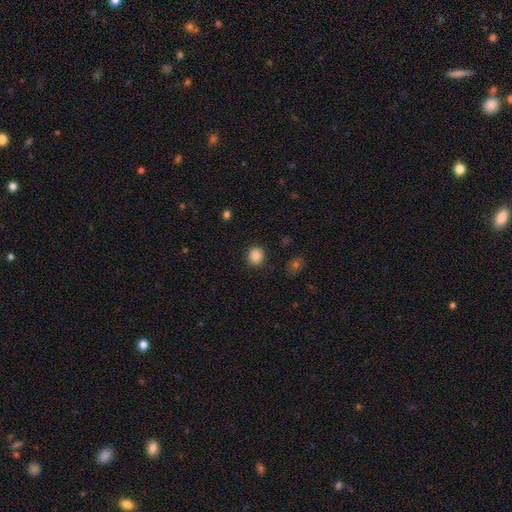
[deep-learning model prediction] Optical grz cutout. It shows a smooth galaxy with no disk features (86%) that is round (79%). Merging: none (89%).